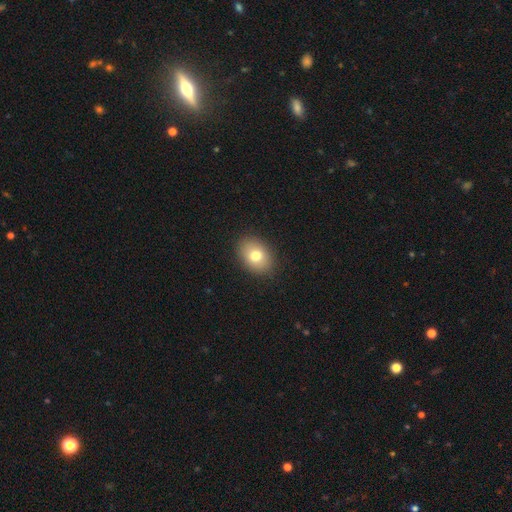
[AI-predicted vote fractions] smooth-or-featured: smooth: 76% | featured or disk: 14% | star or artifact: 10%
  how-rounded: in between: 70% | round: 29% | cigar-shaped: 1%
  merging: none: 89% | minor disturbance: 8% | major disturbance: 2% | merger: 1%